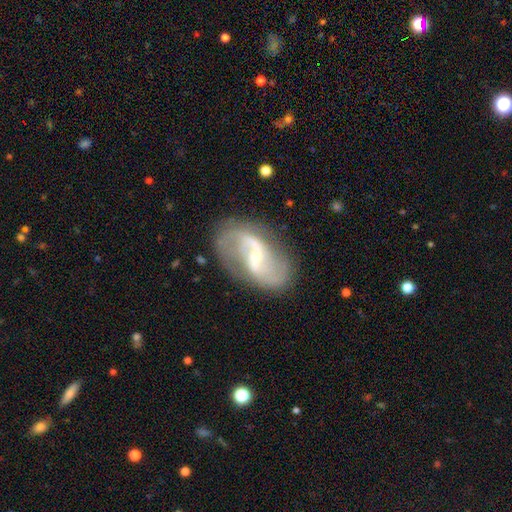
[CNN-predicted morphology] Smooth or featured?
  - featured or disk: 85% *
  - smooth: 9%
  - star or artifact: 6%
Edge-on disk?
  - no: 97% *
  - yes: 3%
Bar?
  - weak: 47% *
  - strong: 32%
  - no: 21%
Spiral arms?
  - yes: 93% *
  - no: 7%
Spiral winding?
  - loose: 60% *
  - medium: 32%
  - tight: 9%
Spiral arm count?
  - 2: 90% *
  - can't tell: 4%
  - 1: 3%
  - 3: 1%
  - 4: 1%
  - more than 4: 1%
Bulge size?
  - small: 66% *
  - moderate: 27%
  - none: 3%
  - large: 2%
  - dominant: 1%
Merging?
  - none: 75% *
  - minor disturbance: 15%
  - major disturbance: 8%
  - merger: 2%